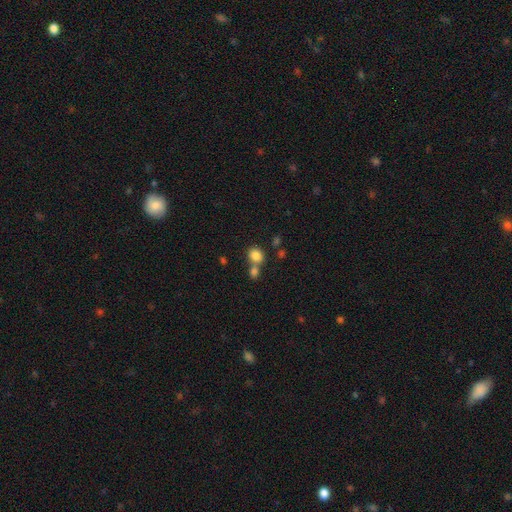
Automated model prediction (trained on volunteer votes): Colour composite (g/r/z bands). It shows a smooth galaxy with no disk features (84%) that is round (71%). Merging: none (50%).